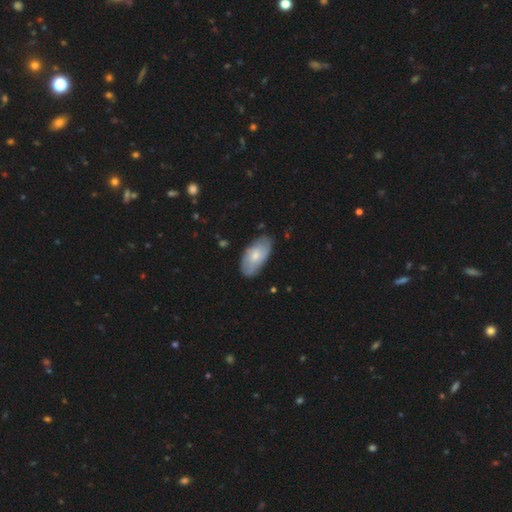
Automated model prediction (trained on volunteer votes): smooth-or-featured: smooth: 66% | featured or disk: 29% | star or artifact: 6%
  how-rounded: in between: 93% | cigar-shaped: 4% | round: 2%
  merging: none: 74% | minor disturbance: 20% | major disturbance: 4% | merger: 1%